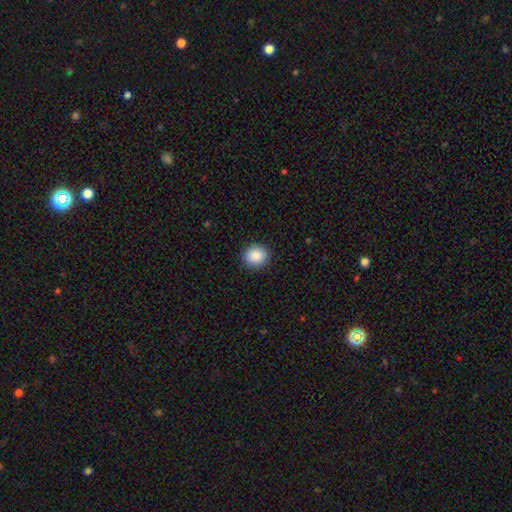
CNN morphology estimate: smooth 89%, star or artifact 8%, featured or disk 3%. Down the decision tree: how rounded — round (87%); merging — none (91%).